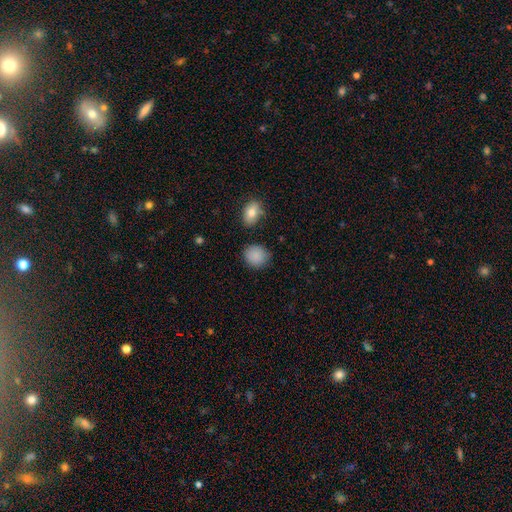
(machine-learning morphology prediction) This appears to be a smooth galaxy with no disk features (88%) that is round (77%). Merging: none (82%).